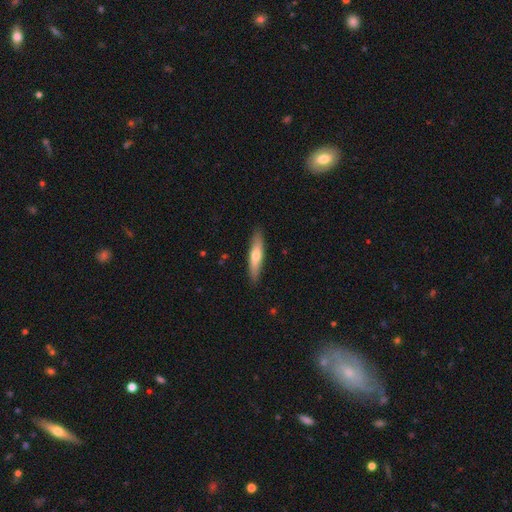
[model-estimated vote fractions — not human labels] Smooth or featured: smooth — 59% (featured or disk — 36%)
How rounded: cigar-shaped — 79% (in between — 19%)
Merging: none — 88% (minor disturbance — 9%)